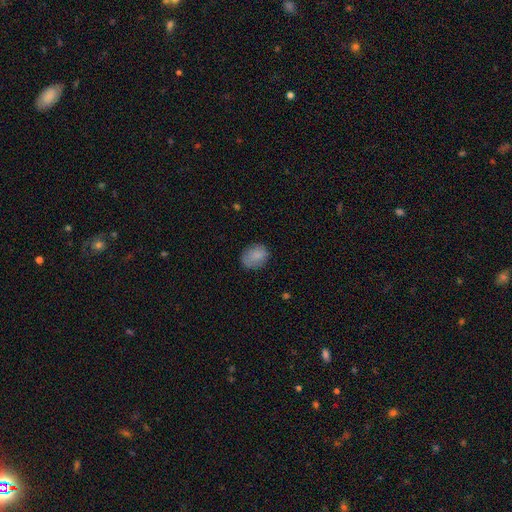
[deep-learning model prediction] Overall: smooth (83%). How rounded: in between (57%; round 42%). Merging: none (72%).